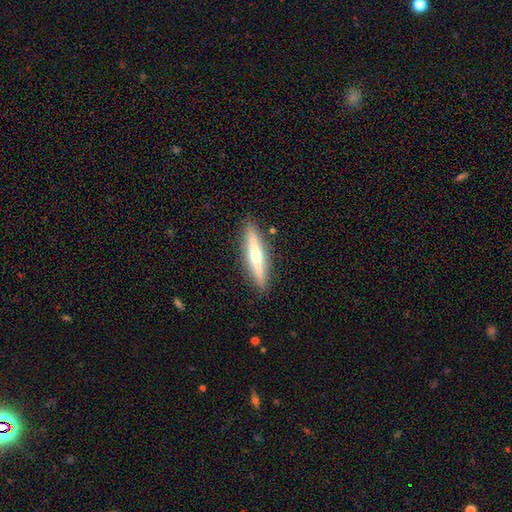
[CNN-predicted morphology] featured or disk 58%, smooth 36%, star or artifact 6%. Down the decision tree: edge-on disk — yes (95%); edge-on bulge — rounded (87%); merging — none (90%).